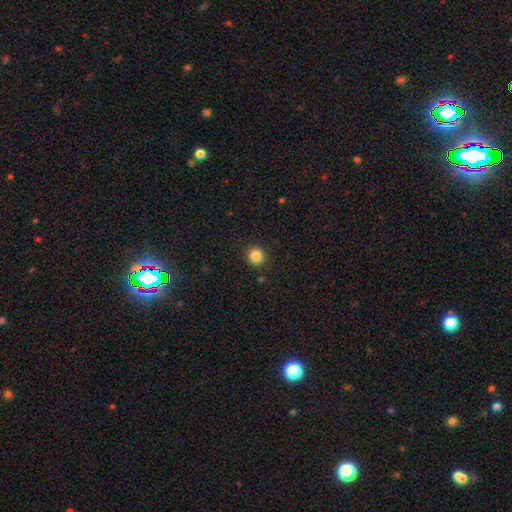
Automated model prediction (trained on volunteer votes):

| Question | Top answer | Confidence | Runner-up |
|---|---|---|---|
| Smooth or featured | smooth | 85% | star or artifact (11%) |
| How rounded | round | 88% | in between (11%) |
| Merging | none | 90% | minor disturbance (7%) |